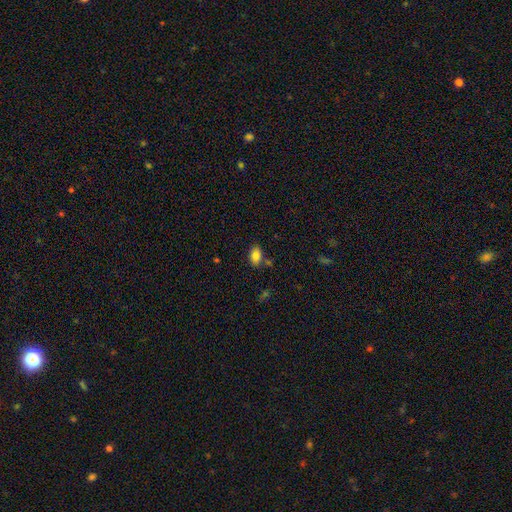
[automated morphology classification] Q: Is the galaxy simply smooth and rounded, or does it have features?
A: smooth — 84%.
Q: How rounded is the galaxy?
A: in between — 88%.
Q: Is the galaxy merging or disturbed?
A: none — 72%.